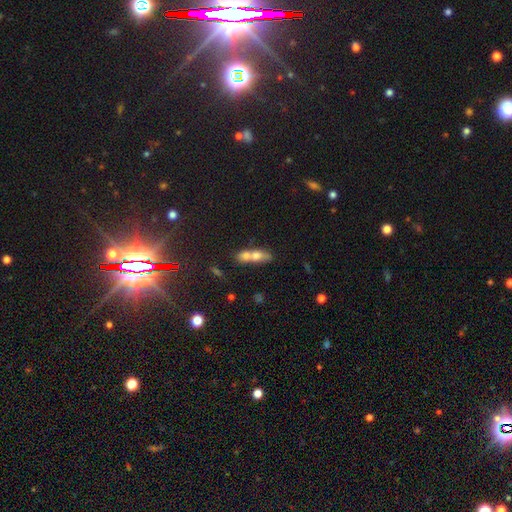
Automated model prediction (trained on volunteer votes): Q: Smooth or featured?
A: smooth (64%); runner-up: featured or disk (26%)
Q: How rounded?
A: in between (60%); runner-up: cigar-shaped (22%)
Q: Merging?
A: merger (68%); runner-up: none (20%)